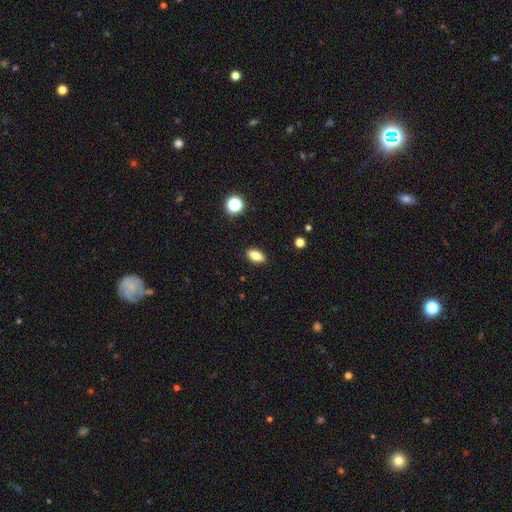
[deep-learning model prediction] The model was most divided on "smooth or featured": smooth: 81%, featured or disk: 9%, star or artifact: 9%. More confident: merging — none (89%); how rounded — in between (84%).